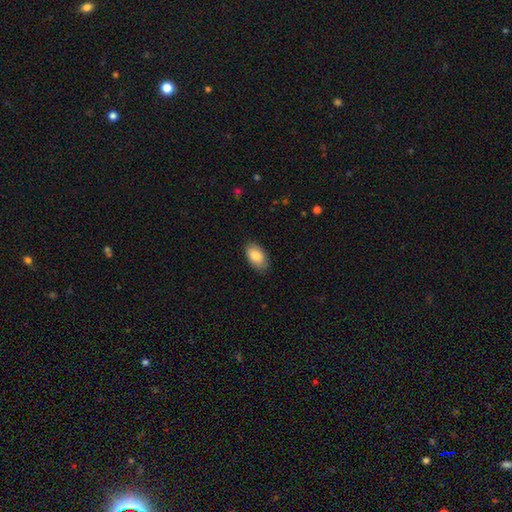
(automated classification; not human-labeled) A smooth galaxy with no disk features (86%) that is in between round and cigar-shaped (94%). Merging: none (84%).